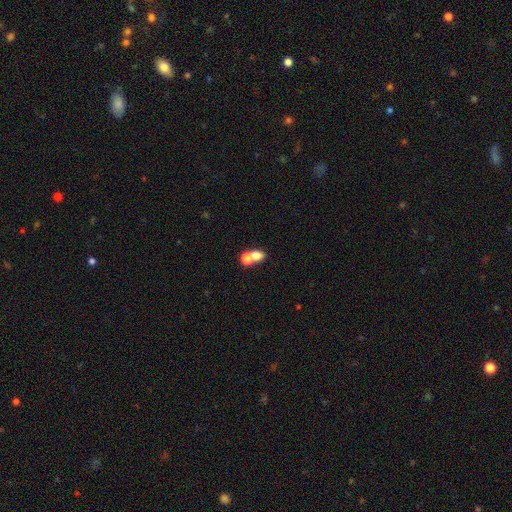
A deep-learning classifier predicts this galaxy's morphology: Smooth or featured? smooth (73%)
How rounded? in between (53%)
Merging? merger (59%)